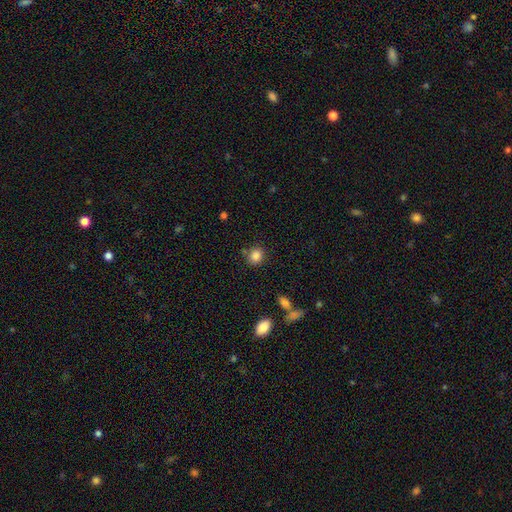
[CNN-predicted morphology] This appears to be a smooth galaxy with no disk features (85%) that is round (75%). Merging: none (79%).